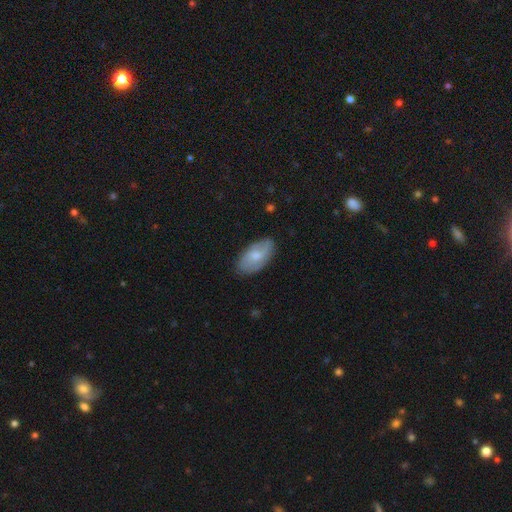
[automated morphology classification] smooth_or_featured: smooth (p=0.64) [alt: featured or disk p=0.30]
how_rounded: in between (p=0.94) [alt: round p=0.03]
merging: none (p=0.78) [alt: minor disturbance p=0.17]